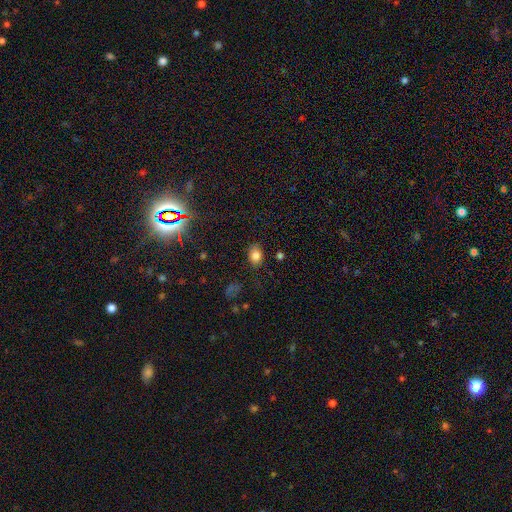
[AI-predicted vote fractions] This appears to be a smooth galaxy with no disk features (82%) that is in between round and cigar-shaped (68%). Merging: none (78%).